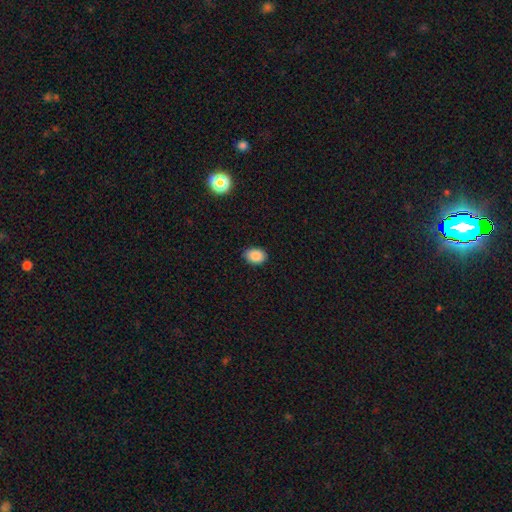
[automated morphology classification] type=smooth (88%); roundness=in between (78%); merging=none (85%).